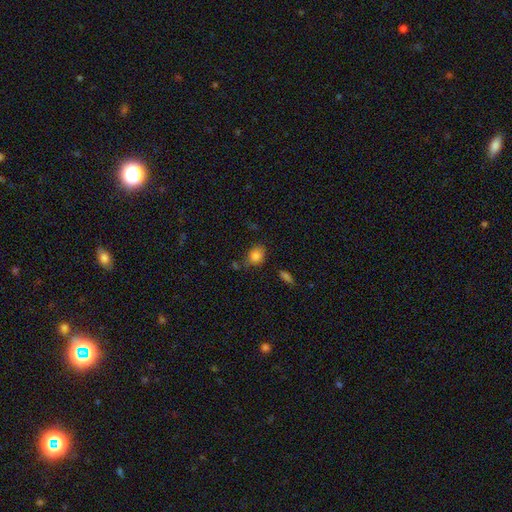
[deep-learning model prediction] Smooth or featured: smooth — 83% (star or artifact — 11%)
How rounded: in between — 59% (round — 39%)
Merging: none — 67% (minor disturbance — 22%)